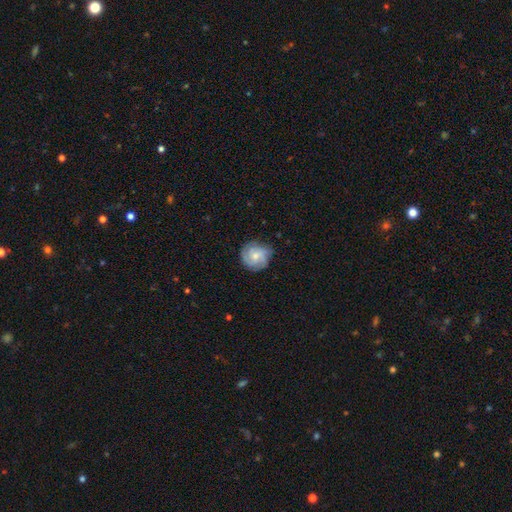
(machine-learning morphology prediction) A featured or disk galaxy (65%) with no bar (68%), 3 (37%) tight (57%) spiral arms (92%) and a moderate central bulge (47%).

Vote fractions:
- Smooth or featured? featured or disk: 65% / smooth: 28% / star or artifact: 7%
- Edge-on disk? no: 98% / yes: 2%
- Bar? no: 68% / weak: 28% / strong: 4%
- Spiral arms? yes: 92% / no: 8%
- Spiral winding? tight: 57% / medium: 34% / loose: 9%
- Spiral arm count? 3: 37% / can't tell: 24% / 2: 19% / 4: 12% / 1: 5% / more than 4: 4%
- Bulge size? moderate: 47% / small: 43% / none: 5% / large: 3% / dominant: 1%
- Merging? none: 76% / minor disturbance: 18% / major disturbance: 5% / merger: 1%